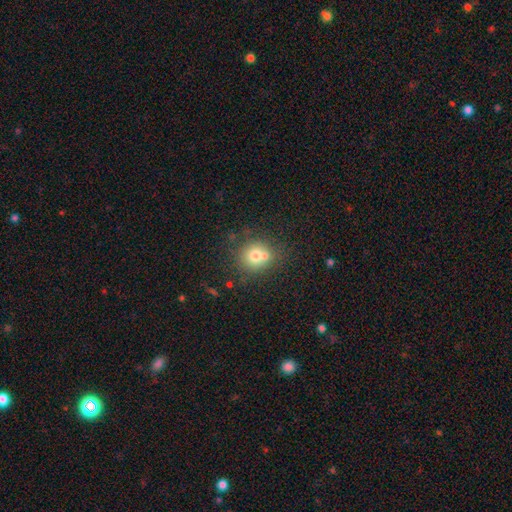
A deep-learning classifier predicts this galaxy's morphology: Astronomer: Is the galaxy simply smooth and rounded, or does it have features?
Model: smooth — 71%.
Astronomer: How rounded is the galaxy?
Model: round — 84%.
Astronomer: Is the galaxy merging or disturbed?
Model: none — 51% (runner-up: merger, 35%).